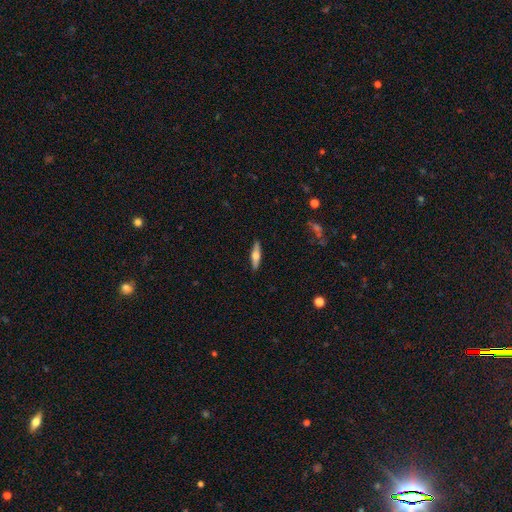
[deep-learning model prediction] featured or disk 49%, smooth 45%, star or artifact 6%. Down the decision tree: merging — none (90%).